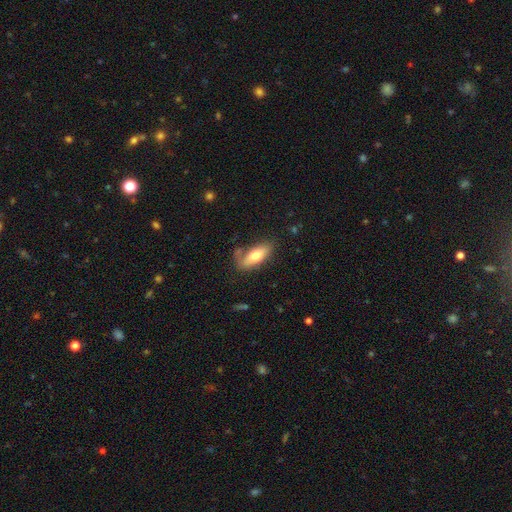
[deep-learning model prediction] Smooth or featured? smooth (68%)
How rounded? in between (76%)
Merging? none (59%)